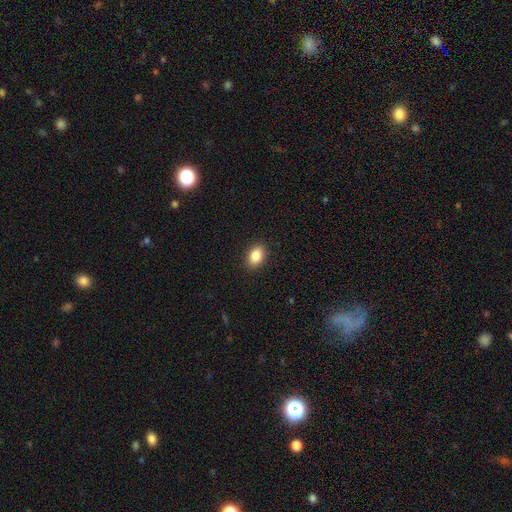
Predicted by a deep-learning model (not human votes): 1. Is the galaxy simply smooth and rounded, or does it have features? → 87% smooth, 8% star or artifact, 5% featured or disk.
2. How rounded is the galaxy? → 81% in between, 18% round, 1% cigar-shaped.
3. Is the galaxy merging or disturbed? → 90% none, 7% minor disturbance, 2% major disturbance, 1% merger.